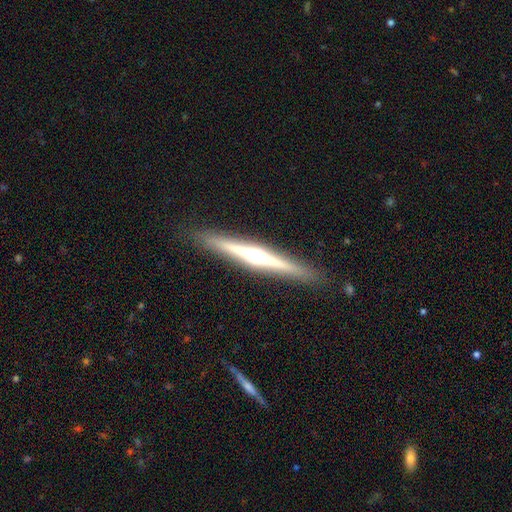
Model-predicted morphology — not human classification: Q: Smooth or featured?
A: featured or disk (79%); runner-up: smooth (15%)
Q: Edge-on disk?
A: yes (98%); runner-up: no (2%)
Q: Edge-on bulge?
A: rounded (89%); runner-up: boxy (7%)
Q: Merging?
A: none (90%); runner-up: minor disturbance (7%)